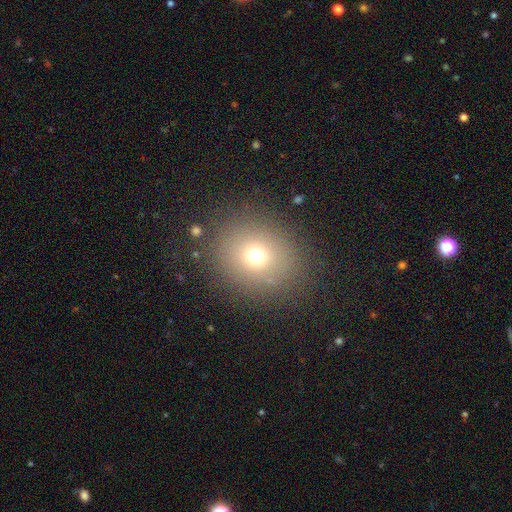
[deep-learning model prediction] smooth-or-featured: smooth: 69% | star or artifact: 19% | featured or disk: 12%
  how-rounded: round: 75% | in between: 24% | cigar-shaped: 1%
  merging: none: 85% | minor disturbance: 9% | major disturbance: 5% | merger: 2%